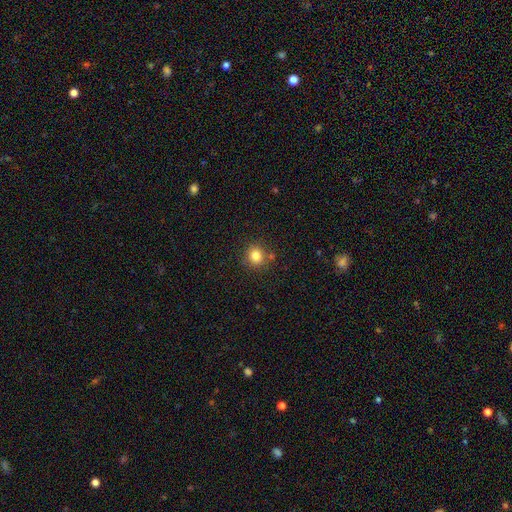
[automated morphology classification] This appears to be a smooth galaxy with no disk features (82%) that is round (88%). Merging: none (84%).